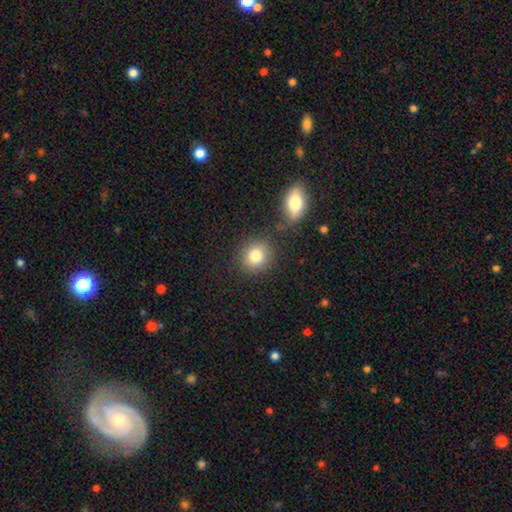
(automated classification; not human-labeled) A smooth galaxy with no disk features (81%) that is round (79%). Merging: none (79%).